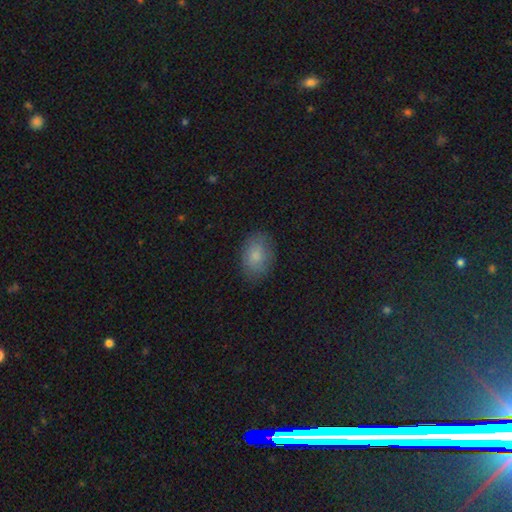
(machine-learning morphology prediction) Smooth or featured? smooth (83%)
How rounded? in between (83%)
Merging? none (82%)